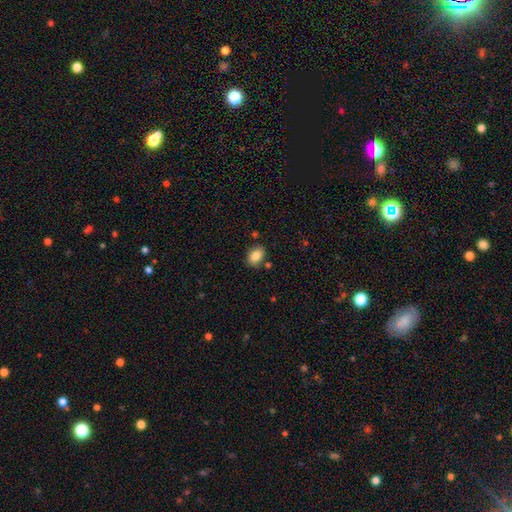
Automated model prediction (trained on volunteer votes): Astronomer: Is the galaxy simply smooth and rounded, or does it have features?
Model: smooth — 85%.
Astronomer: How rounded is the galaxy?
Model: in between — 81%.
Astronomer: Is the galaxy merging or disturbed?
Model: none — 80%.